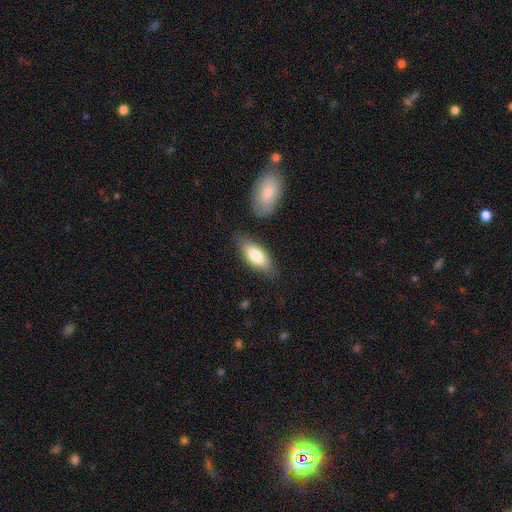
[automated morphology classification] A smooth galaxy with no disk features (78%) that is in between round and cigar-shaped (77%).

Vote fractions:
- Smooth or featured? smooth: 78% / featured or disk: 16% / star or artifact: 6%
- How rounded? in between: 77% / cigar-shaped: 21% / round: 2%
- Merging? none: 75% / minor disturbance: 16% / merger: 4% / major disturbance: 4%